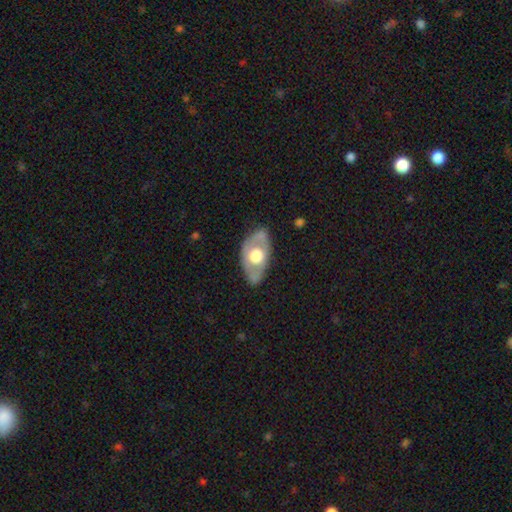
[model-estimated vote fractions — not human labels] Q: Smooth or featured?
A: featured or disk (57%); runner-up: smooth (39%)
Q: Edge-on disk?
A: no (80%); runner-up: yes (20%)
Q: Merging?
A: none (72%); runner-up: minor disturbance (20%)